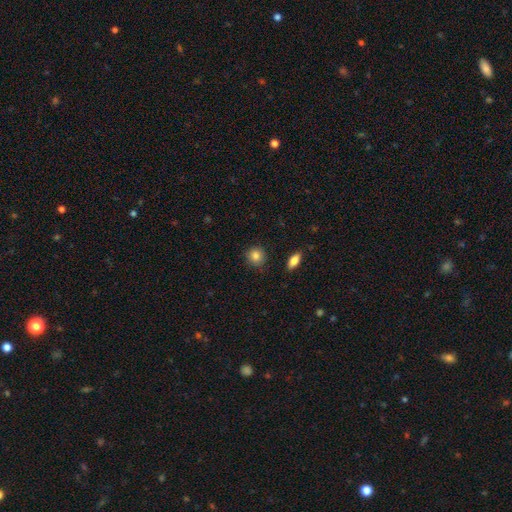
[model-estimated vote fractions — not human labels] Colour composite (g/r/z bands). It shows a smooth galaxy with no disk features (85%) that is round (86%). Merging: none (85%).